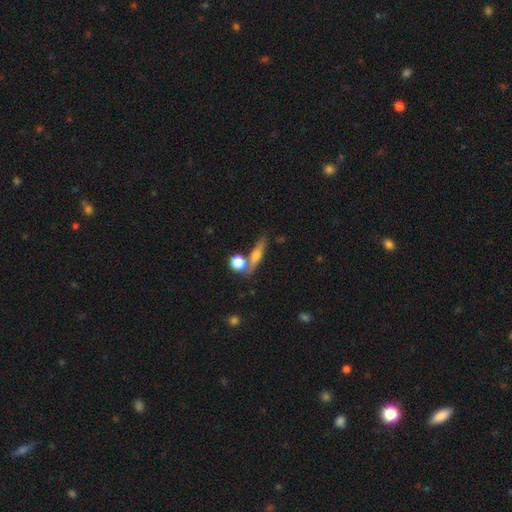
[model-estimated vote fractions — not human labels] Q: Smooth or featured?
A: smooth (57%); runner-up: featured or disk (34%)
Q: How rounded?
A: cigar-shaped (62%); runner-up: in between (26%)
Q: Merging?
A: none (64%); runner-up: merger (17%)